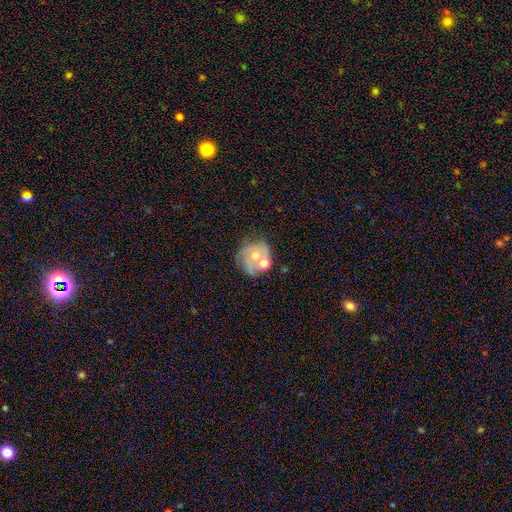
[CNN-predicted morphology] A featured or disk galaxy (51%).

Vote fractions:
- Smooth or featured? featured or disk: 51% / smooth: 37% / star or artifact: 12%
- Edge-on disk? no: 97% / yes: 3%
- Merging? none: 50% / merger: 24% / minor disturbance: 17% / major disturbance: 9%